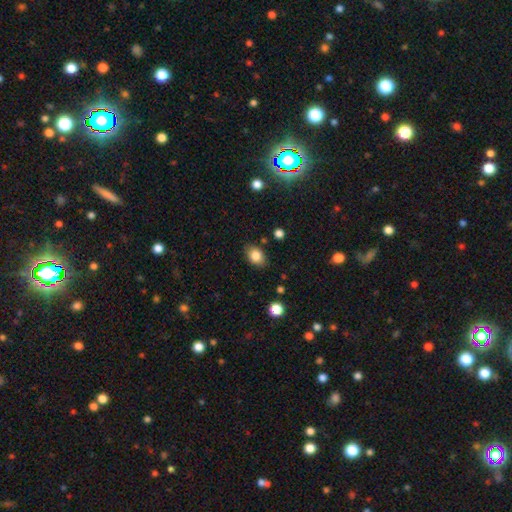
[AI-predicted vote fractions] A smooth galaxy with no disk features (84%) that is in between round and cigar-shaped (74%). Merging: none (82%).